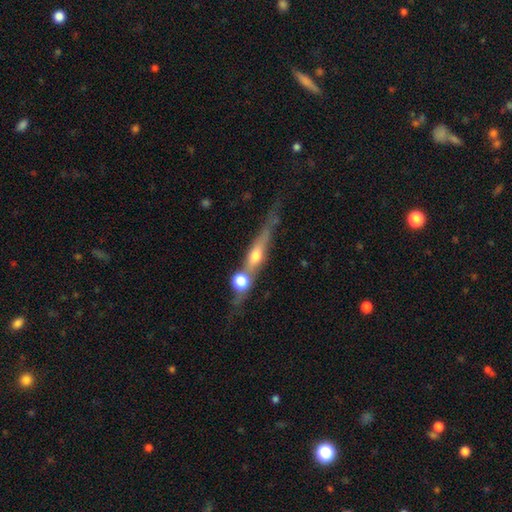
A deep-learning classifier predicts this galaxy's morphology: Smooth or featured?
  - featured or disk: 68% *
  - smooth: 20%
  - star or artifact: 12%
Edge-on disk?
  - yes: 88% *
  - no: 12%
Edge-on bulge?
  - rounded: 89% *
  - none: 6%
  - boxy: 4%
Merging?
  - none: 52% *
  - merger: 25%
  - minor disturbance: 14%
  - major disturbance: 8%